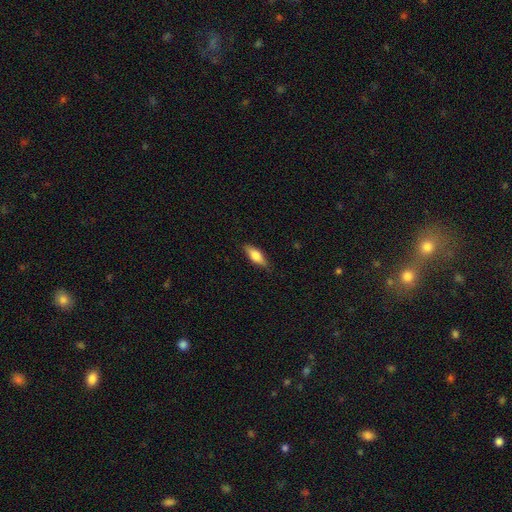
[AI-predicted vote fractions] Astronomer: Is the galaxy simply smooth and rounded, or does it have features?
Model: smooth — 68%.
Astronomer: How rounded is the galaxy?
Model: in between — 68%.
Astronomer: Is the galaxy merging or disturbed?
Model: none — 82%.